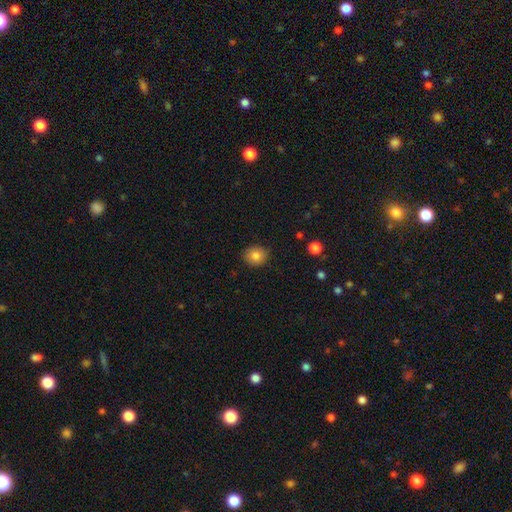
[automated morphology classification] Smooth or featured? Predicted: smooth (p=0.83). How rounded? Predicted: round (p=0.76). Merging? Predicted: none (p=0.85).